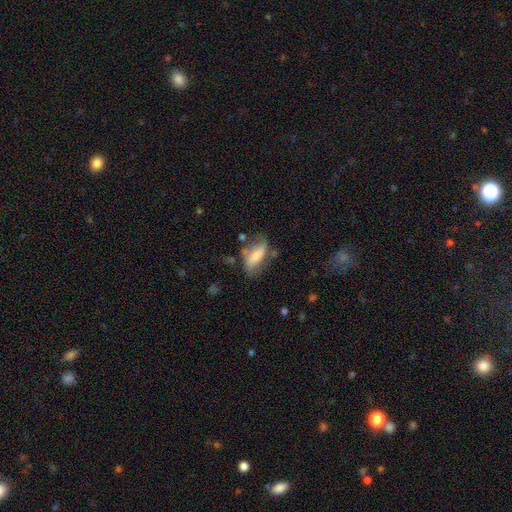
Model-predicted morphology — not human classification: Smooth or featured?
  - smooth: 50% *
  - featured or disk: 41%
  - star or artifact: 9%
How rounded?
  - in between: 71% *
  - cigar-shaped: 25%
  - round: 4%
Merging?
  - none: 46% *
  - minor disturbance: 28%
  - major disturbance: 18%
  - merger: 8%